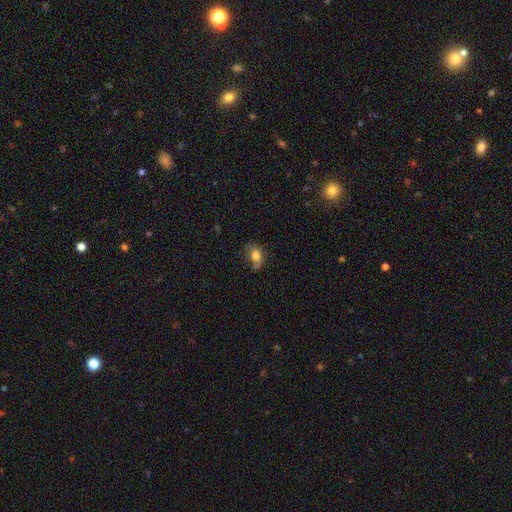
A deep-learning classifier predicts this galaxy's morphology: A smooth galaxy with no disk features (77%) that is in between round and cigar-shaped (59%). Merging: none (51%).